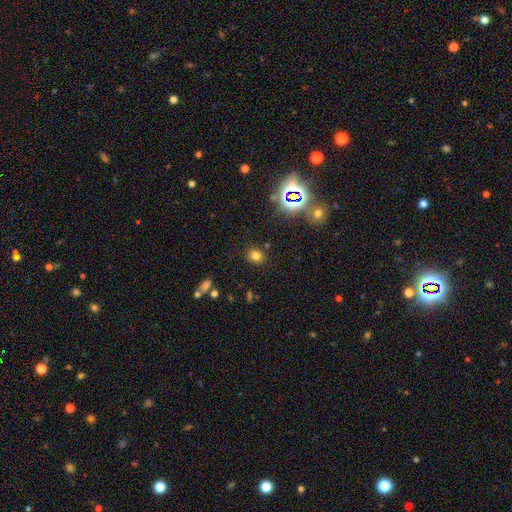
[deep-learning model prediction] Smooth or featured? Predicted: smooth (p=0.72). How rounded? Predicted: round (p=0.72). Merging? Predicted: none (p=0.85).